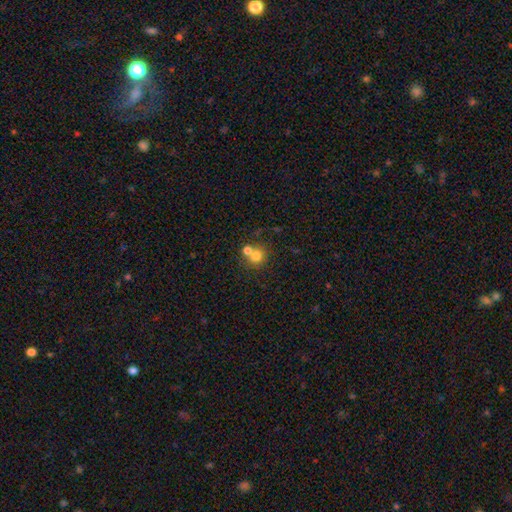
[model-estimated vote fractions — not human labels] Smooth or featured: smooth — 75% (star or artifact — 13%)
How rounded: round — 82% (in between — 17%)
Merging: none — 46% (merger — 44%)